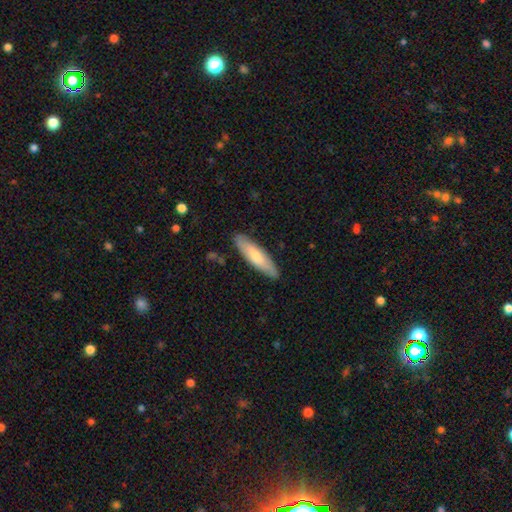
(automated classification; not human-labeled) Smooth or featured: smooth — 68% (featured or disk — 27%)
How rounded: cigar-shaped — 66% (in between — 33%)
Merging: none — 86% (minor disturbance — 11%)